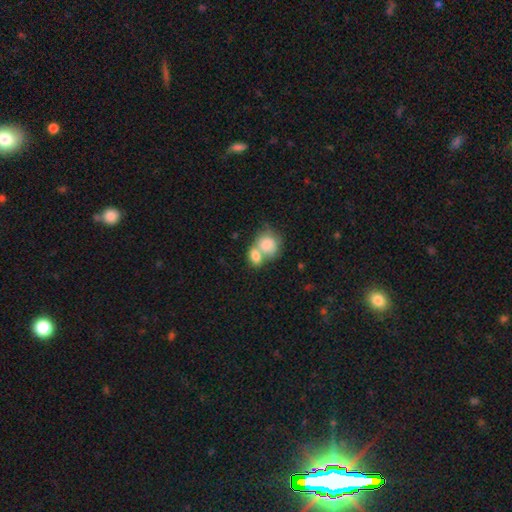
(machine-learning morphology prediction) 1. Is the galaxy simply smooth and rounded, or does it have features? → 80% smooth, 13% featured or disk, 7% star or artifact.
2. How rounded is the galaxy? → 53% in between, 45% round, 1% cigar-shaped.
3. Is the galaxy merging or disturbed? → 66% merger, 21% none, 8% minor disturbance, 4% major disturbance.